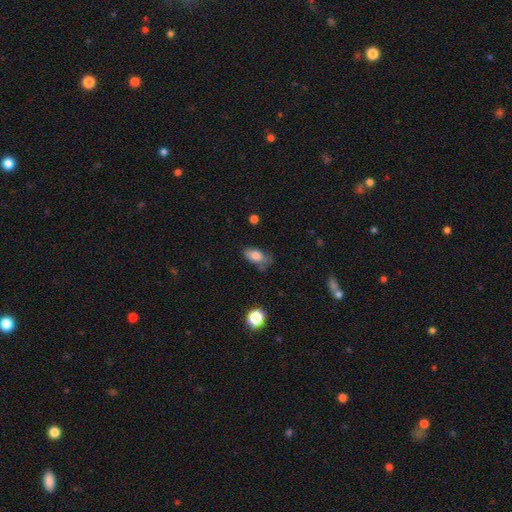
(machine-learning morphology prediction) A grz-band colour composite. It shows a smooth galaxy with no disk features (78%) that is in between round and cigar-shaped (88%). Merging: none (53%).